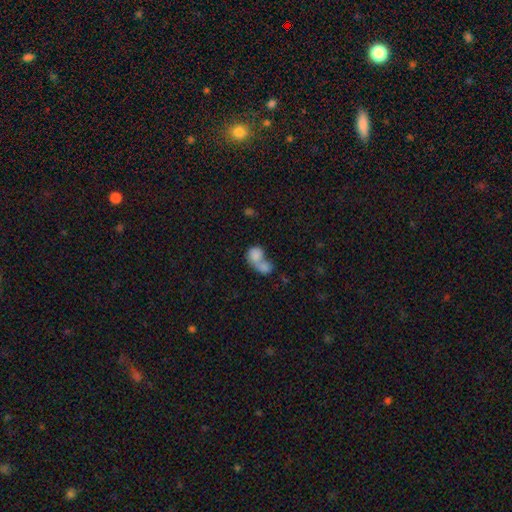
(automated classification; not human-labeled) Smooth or featured?
  - smooth: 80% *
  - featured or disk: 12%
  - star or artifact: 8%
How rounded?
  - round: 51% *
  - in between: 47%
  - cigar-shaped: 2%
Merging?
  - merger: 75% *
  - none: 14%
  - minor disturbance: 5%
  - major disturbance: 5%